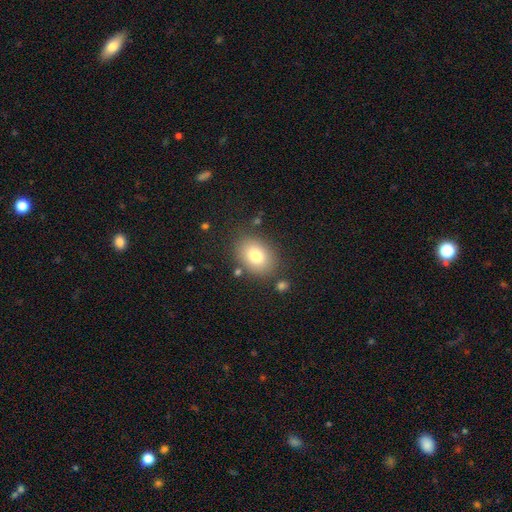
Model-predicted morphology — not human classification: The model was most divided on "how rounded": in between: 69%, round: 30%, cigar-shaped: 1%. More confident: merging — none (82%); smooth or featured — smooth (79%).